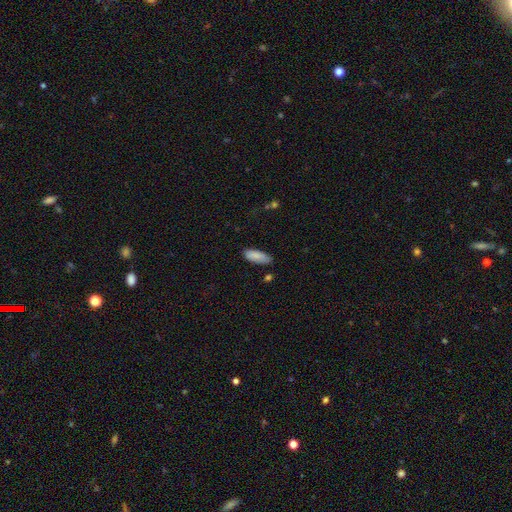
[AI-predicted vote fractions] A smooth galaxy with no disk features (86%) that is in between round and cigar-shaped (74%). Merging: none (80%).